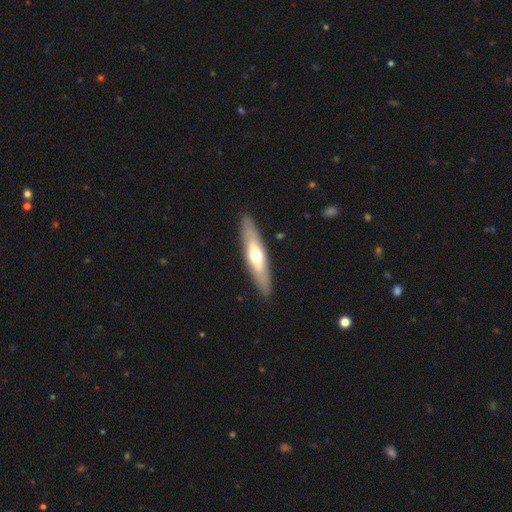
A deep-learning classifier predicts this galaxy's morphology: A featured or disk galaxy (50%). Merging: none (89%).